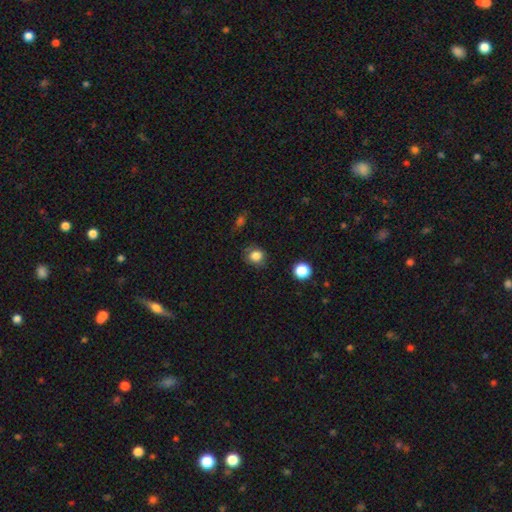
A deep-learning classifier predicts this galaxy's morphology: The model was most divided on "how rounded": round: 77%, in between: 22%, cigar-shaped: 1%. More confident: smooth or featured — smooth (82%); merging — none (75%).